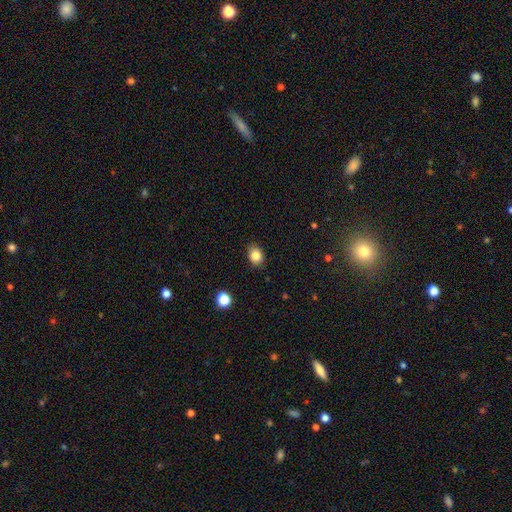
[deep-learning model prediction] Morphology: type=smooth (84%); roundness=in between (60%); merging=none (86%).